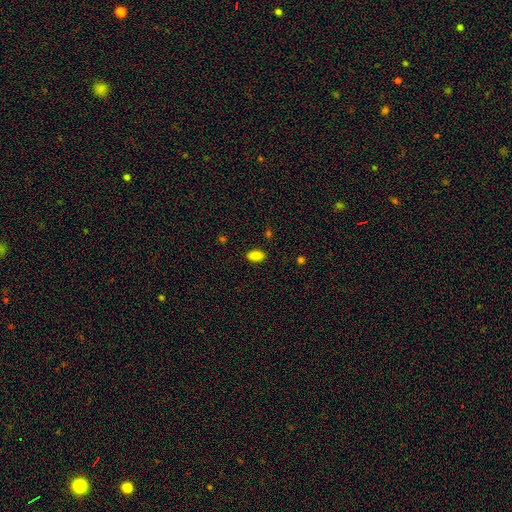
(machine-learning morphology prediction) The model was most divided on "smooth or featured": smooth: 87%, star or artifact: 10%, featured or disk: 4%. More confident: how rounded — in between (92%); merging — none (87%).